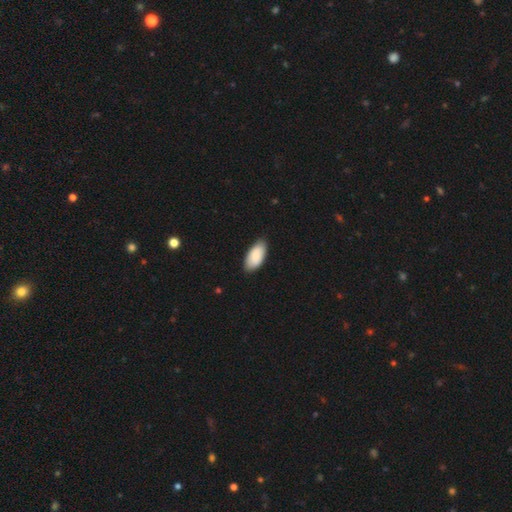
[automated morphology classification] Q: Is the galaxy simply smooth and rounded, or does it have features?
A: smooth — 88%.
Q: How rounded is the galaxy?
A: in between — 94%.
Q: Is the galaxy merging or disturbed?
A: none — 83%.